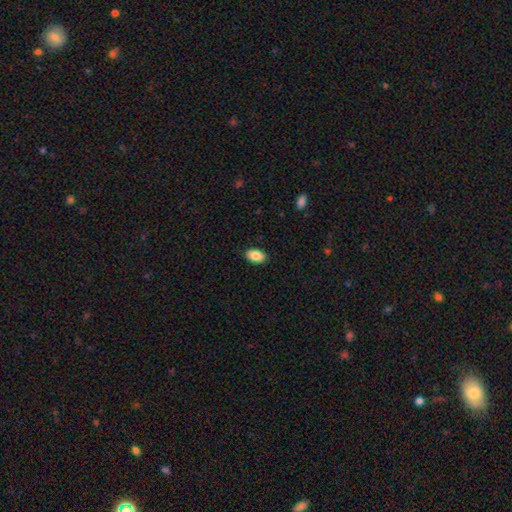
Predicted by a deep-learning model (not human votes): This appears to be a smooth galaxy with no disk features (88%) that is in between round and cigar-shaped (92%). Merging: none (89%).